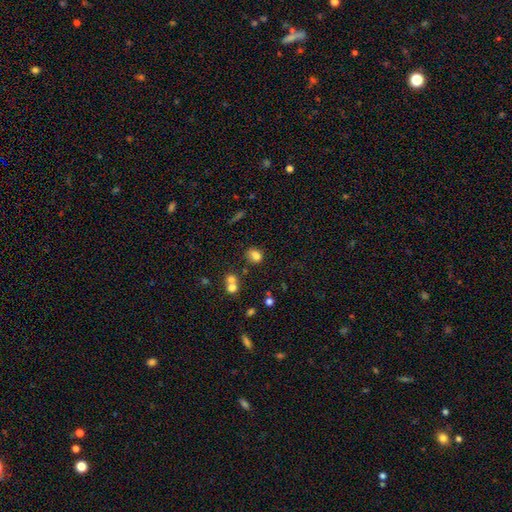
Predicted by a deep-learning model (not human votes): Smooth or featured? Predicted: smooth (p=0.77). How rounded? Predicted: in between (p=0.58). Merging? Predicted: none (p=0.58).